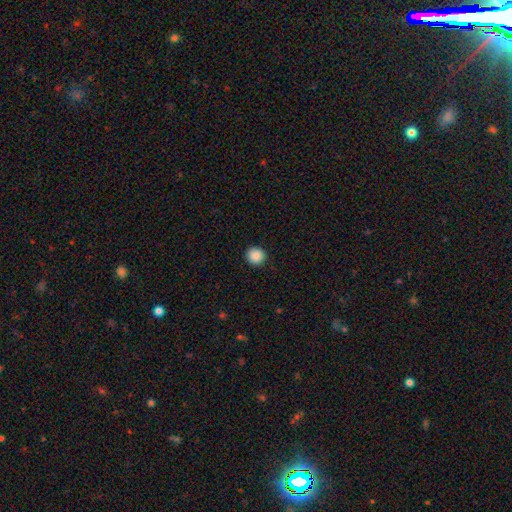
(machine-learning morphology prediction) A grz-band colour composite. It shows a smooth galaxy with no disk features (88%) that is round (93%). Merging: none (92%).